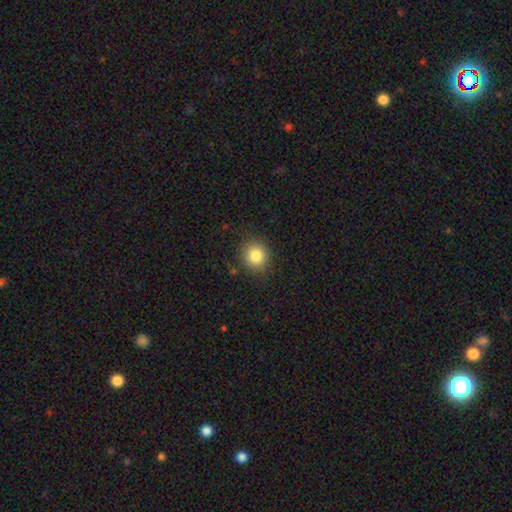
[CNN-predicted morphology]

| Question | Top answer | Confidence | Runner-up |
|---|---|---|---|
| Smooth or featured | smooth | 84% | star or artifact (10%) |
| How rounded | round | 86% | in between (13%) |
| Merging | none | 86% | minor disturbance (10%) |